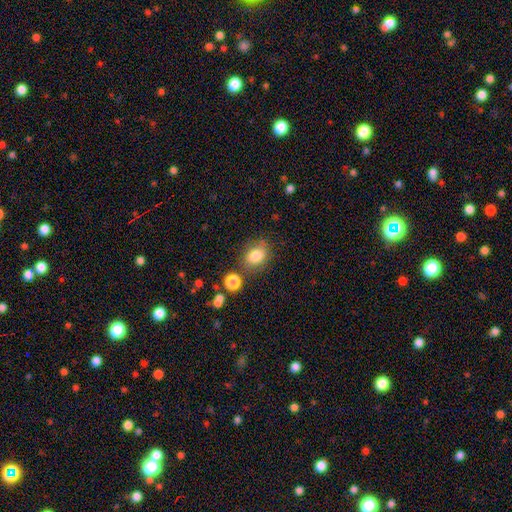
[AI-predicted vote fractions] smooth-or-featured: smooth: 81% | star or artifact: 10% | featured or disk: 8%
  how-rounded: in between: 60% | round: 39% | cigar-shaped: 1%
  merging: none: 73% | minor disturbance: 16% | merger: 7% | major disturbance: 5%